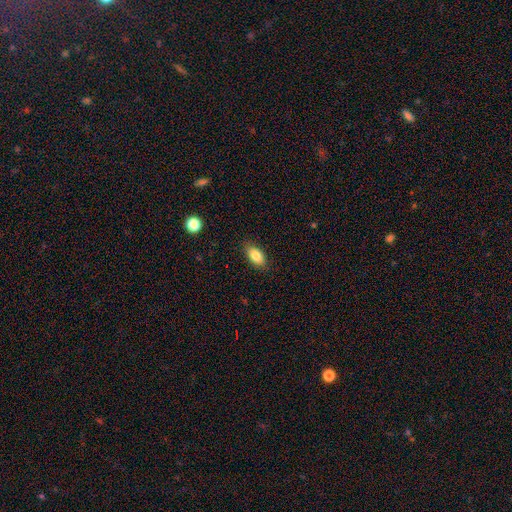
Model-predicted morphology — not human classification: smooth 84%, featured or disk 8%, star or artifact 8%. Down the decision tree: how rounded — in between (90%); merging — none (86%).